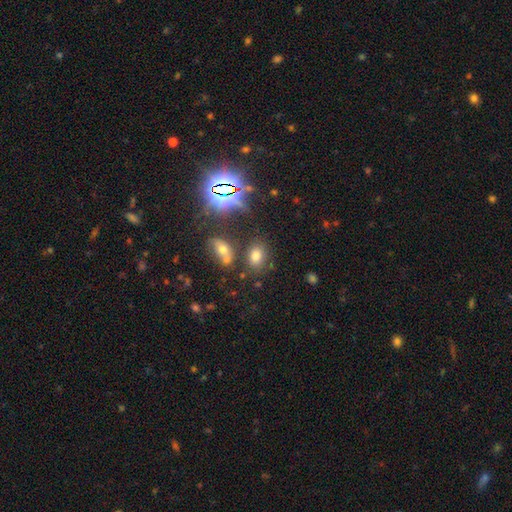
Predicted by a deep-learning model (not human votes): The model was most divided on "smooth or featured": smooth: 68%, star or artifact: 22%, featured or disk: 10%. More confident: how rounded — in between (74%); merging — none (72%).